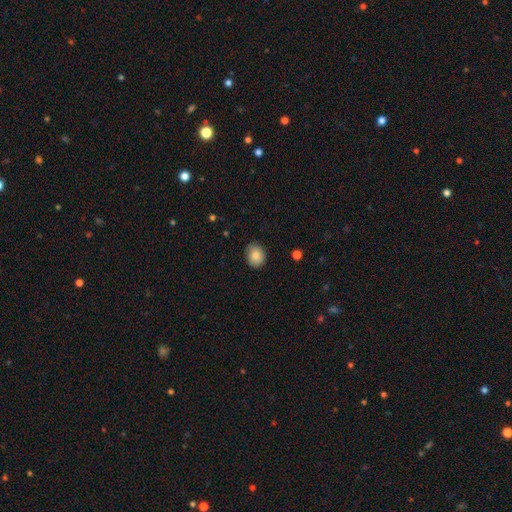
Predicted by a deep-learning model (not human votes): smooth_or_featured: smooth (p=0.85) [alt: star or artifact p=0.08]
how_rounded: round (p=0.55) [alt: in between p=0.44]
merging: none (p=0.84) [alt: minor disturbance p=0.13]